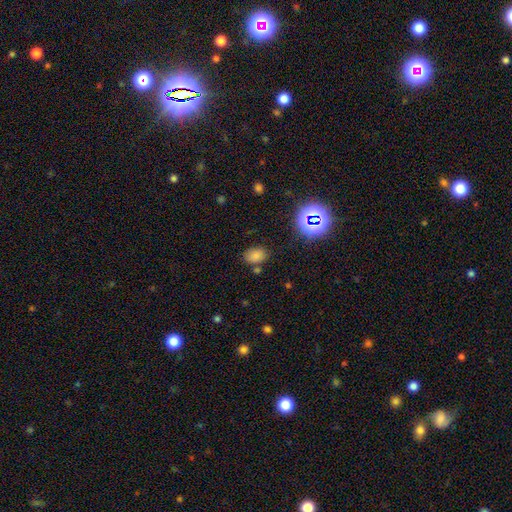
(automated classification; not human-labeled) Overall: smooth (75%). How rounded: in between (78%). Merging: none (75%).